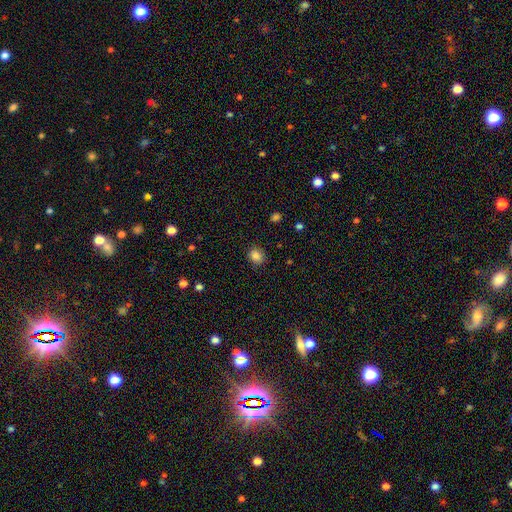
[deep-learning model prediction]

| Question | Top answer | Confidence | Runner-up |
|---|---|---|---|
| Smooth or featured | smooth | 85% | star or artifact (11%) |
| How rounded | round | 59% | in between (40%) |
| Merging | none | 84% | minor disturbance (12%) |